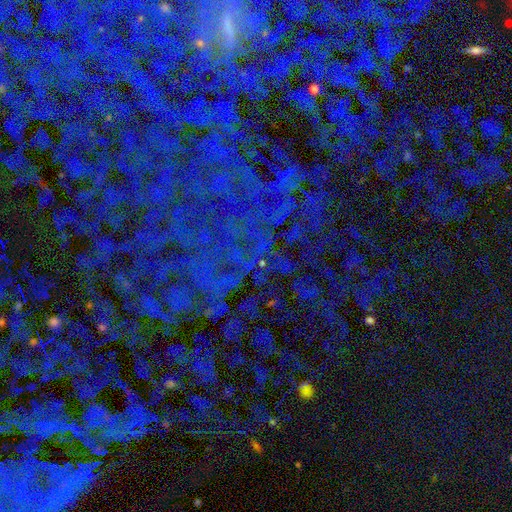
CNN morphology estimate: A star or artifact, not a galaxy (80%).